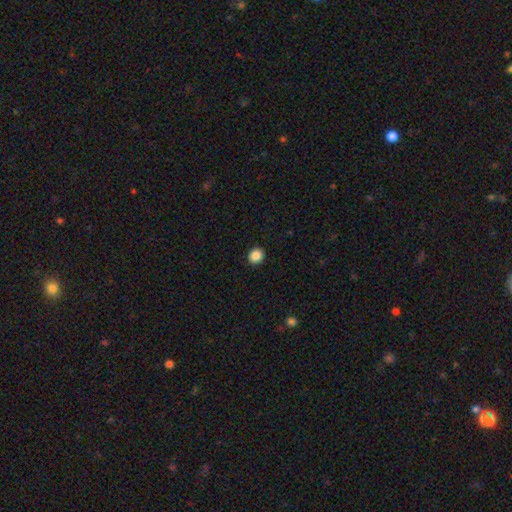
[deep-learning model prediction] smooth 87%, star or artifact 10%, featured or disk 3%. Down the decision tree: how rounded — round (89%); merging — none (92%).